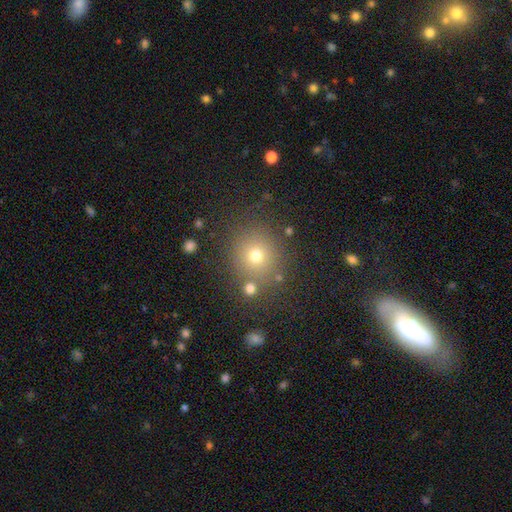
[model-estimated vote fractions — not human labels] A smooth galaxy with no disk features (70%) that is round (88%). Merging: none (81%).